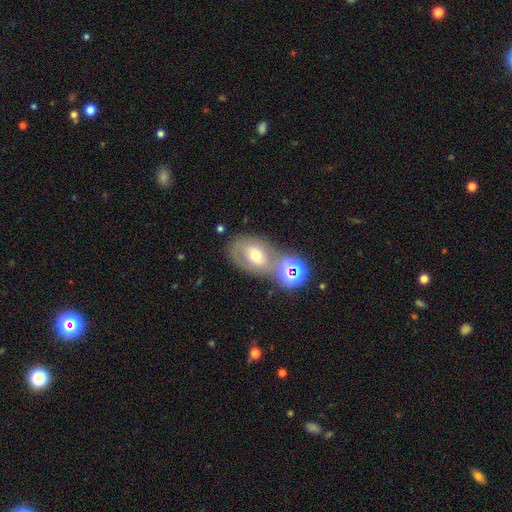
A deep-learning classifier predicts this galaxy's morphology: This appears to be a smooth galaxy with no disk features (47%). Merging: none (45%).